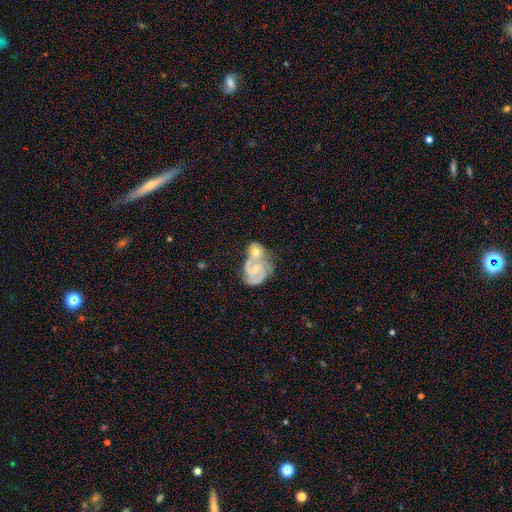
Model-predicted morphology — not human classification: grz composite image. It shows a featured or disk galaxy (80%) with no bar (61%), 2 (69%) tight (47%) spiral arms (95%) and a small central bulge (58%). Merging: merger (63%).